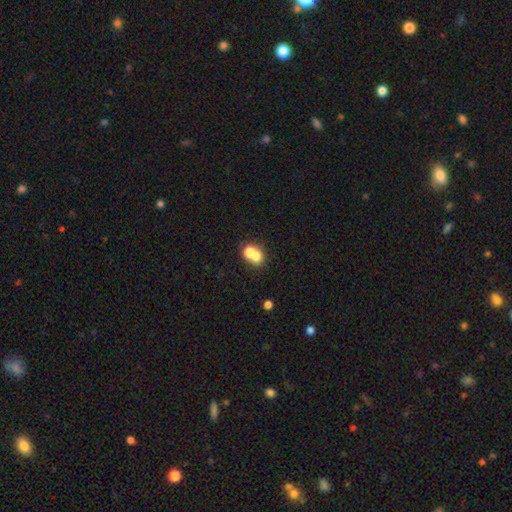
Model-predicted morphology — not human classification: smooth_or_featured: smooth (p=0.68) [alt: featured or disk p=0.19]
how_rounded: round (p=0.64) [alt: in between p=0.35]
merging: merger (p=0.62) [alt: none p=0.29]